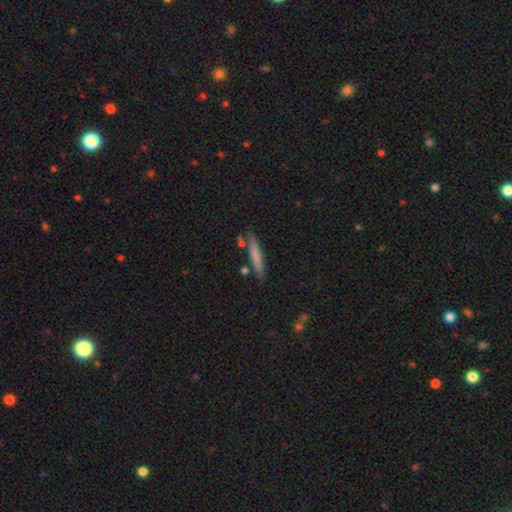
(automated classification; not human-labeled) This is likely a smooth galaxy (68%). How rounded: clearly cigar-shaped (94%). Merging: clearly none (82%).